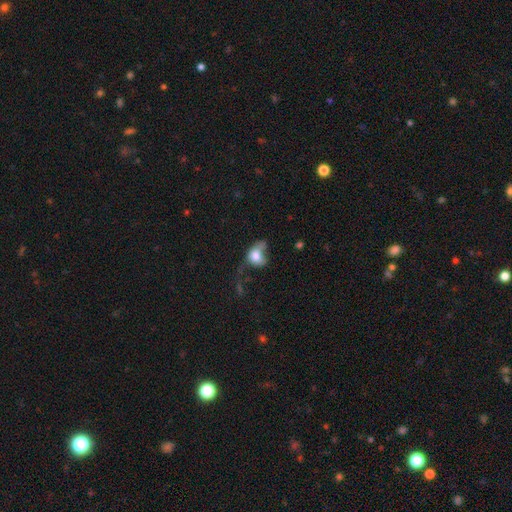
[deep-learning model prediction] Overall: smooth (69%). How rounded: in between (62%; round 36%). Merging: major disturbance (44%; minor disturbance 25%).